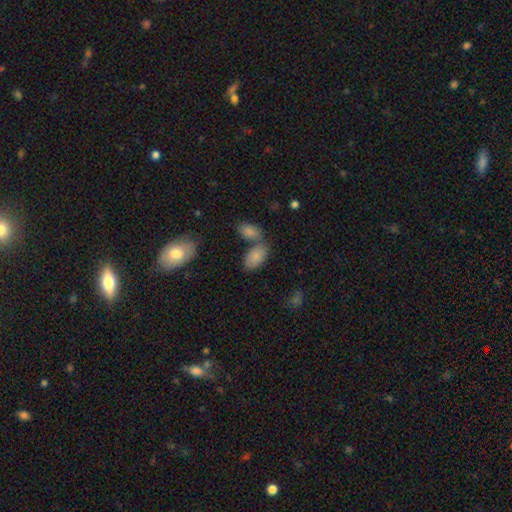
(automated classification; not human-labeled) Overall: smooth (82%). How rounded: in between (93%). Merging: none (47%; merger 34%).